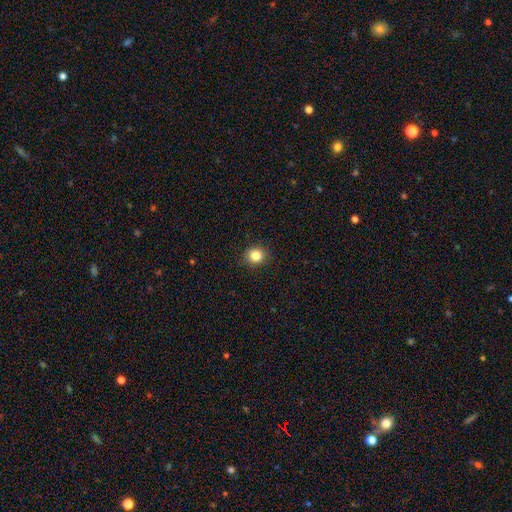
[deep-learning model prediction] A smooth galaxy with no disk features (84%) that is round (85%).

Vote fractions:
- Smooth or featured? smooth: 84% / star or artifact: 11% / featured or disk: 5%
- How rounded? round: 85% / in between: 14% / cigar-shaped: 1%
- Merging? none: 90% / minor disturbance: 7% / major disturbance: 2% / merger: 1%